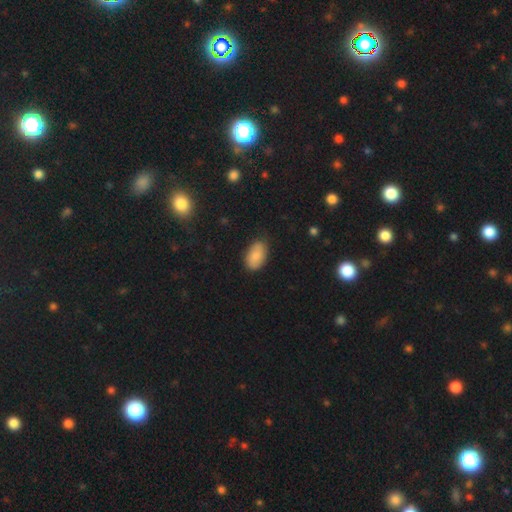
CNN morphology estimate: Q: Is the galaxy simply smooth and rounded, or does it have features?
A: smooth — 81%.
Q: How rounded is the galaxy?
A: in between — 93%.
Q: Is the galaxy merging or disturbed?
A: none — 78%.